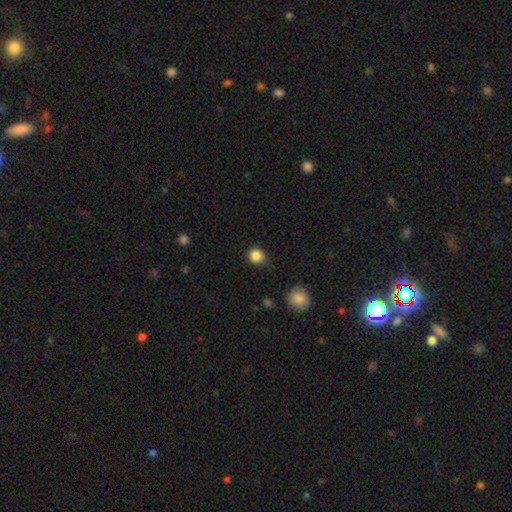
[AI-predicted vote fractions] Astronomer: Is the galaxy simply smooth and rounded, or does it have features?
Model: smooth — 86%.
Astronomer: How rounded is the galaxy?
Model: round — 87%.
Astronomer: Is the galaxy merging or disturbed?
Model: none — 83%.